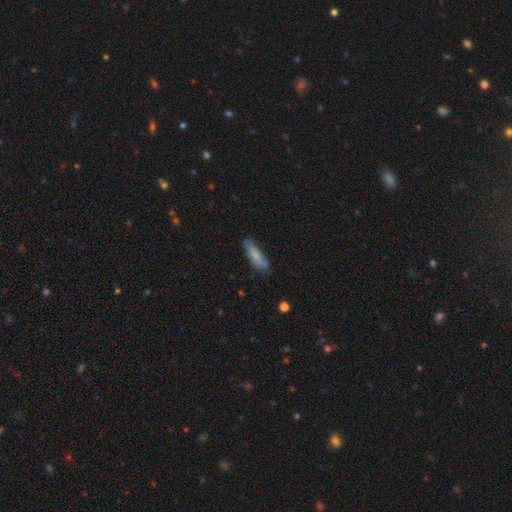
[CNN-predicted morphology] Smooth or featured: smooth — 74% (featured or disk — 19%)
How rounded: cigar-shaped — 63% (in between — 36%)
Merging: none — 73% (minor disturbance — 21%)